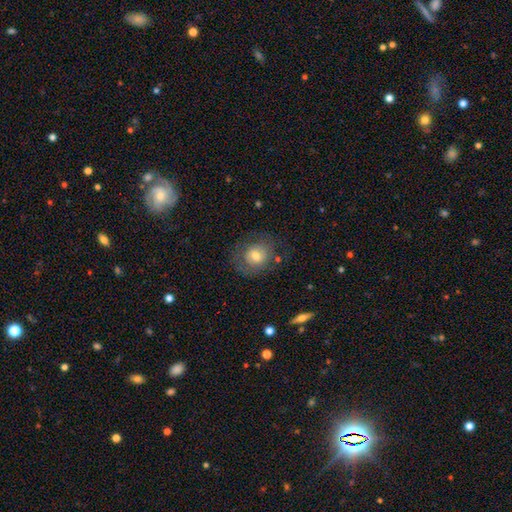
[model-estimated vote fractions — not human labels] This is possibly a smooth galaxy (57%). How rounded: likely round (67%). Merging: likely none (69%).